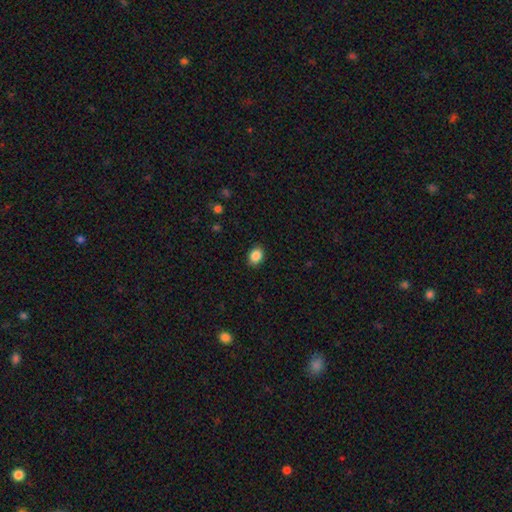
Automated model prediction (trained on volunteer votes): This appears to be a smooth galaxy with no disk features (88%) that is in between round and cigar-shaped (67%). Merging: none (89%).